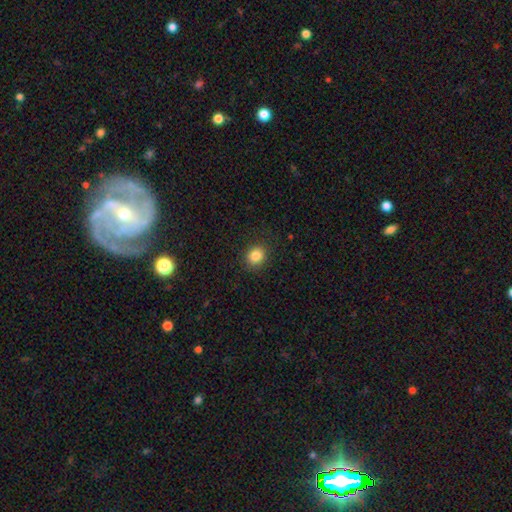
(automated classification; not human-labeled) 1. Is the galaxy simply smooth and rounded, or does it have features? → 84% smooth, 11% star or artifact, 5% featured or disk.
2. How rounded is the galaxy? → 76% round, 23% in between, 1% cigar-shaped.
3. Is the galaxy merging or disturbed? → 89% none, 8% minor disturbance, 3% major disturbance, 1% merger.